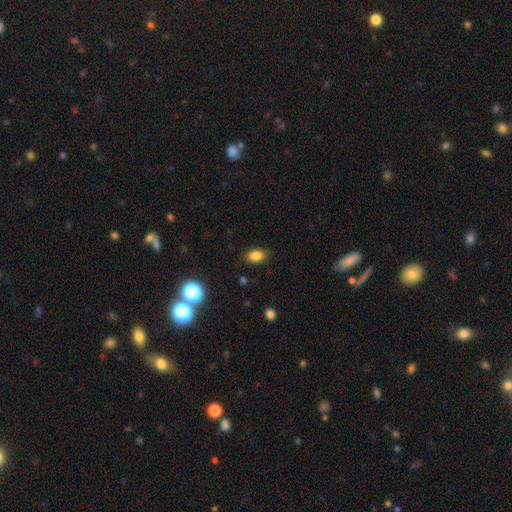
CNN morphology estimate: Overall: smooth (83%). How rounded: in between (79%). Merging: none (84%).